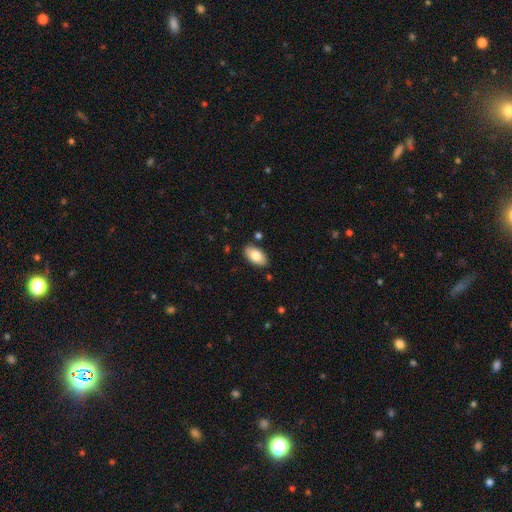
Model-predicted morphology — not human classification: This appears to be a smooth galaxy with no disk features (79%) that is in between round and cigar-shaped (94%). Merging: none (86%).